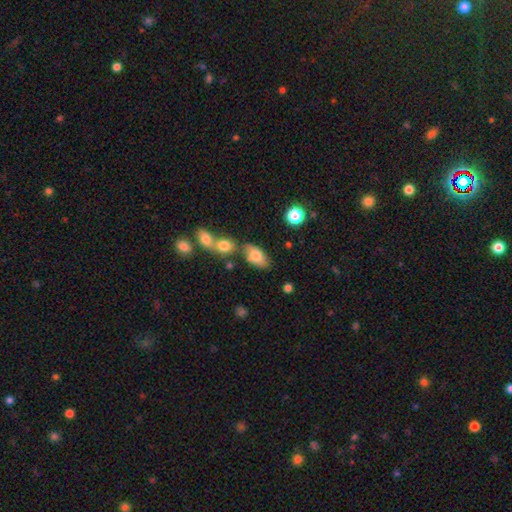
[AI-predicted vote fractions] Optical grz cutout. It shows a smooth galaxy with no disk features (79%) that is in between round and cigar-shaped (91%). Merging: none (60%).